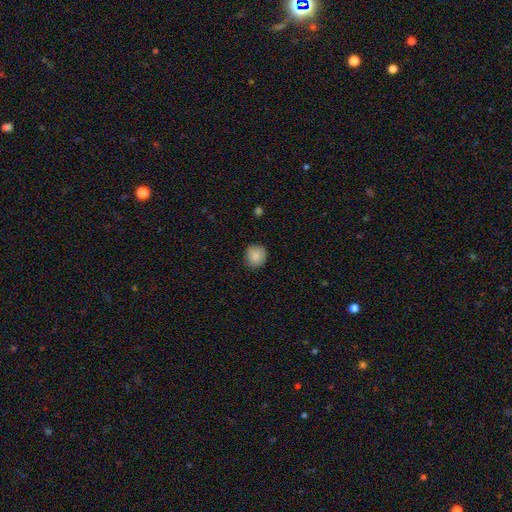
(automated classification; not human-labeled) Smooth or featured?
  - smooth: 87% *
  - star or artifact: 8%
  - featured or disk: 5%
How rounded?
  - round: 88% *
  - in between: 11%
  - cigar-shaped: 1%
Merging?
  - none: 87% *
  - minor disturbance: 10%
  - major disturbance: 2%
  - merger: 1%